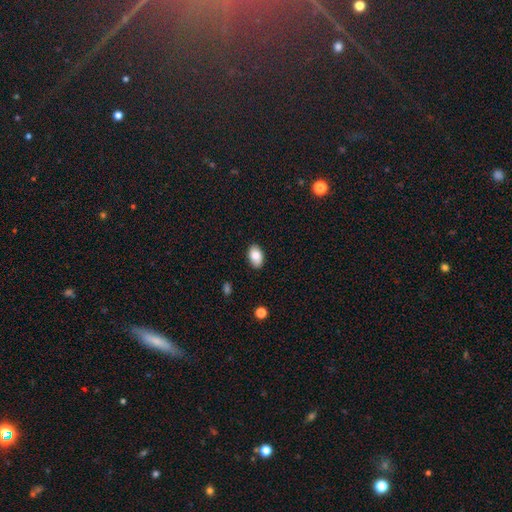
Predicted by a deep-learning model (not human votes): Smooth or featured?
  - smooth: 85% *
  - featured or disk: 8%
  - star or artifact: 7%
How rounded?
  - in between: 91% *
  - round: 8%
  - cigar-shaped: 1%
Merging?
  - none: 86% *
  - minor disturbance: 11%
  - major disturbance: 2%
  - merger: 1%